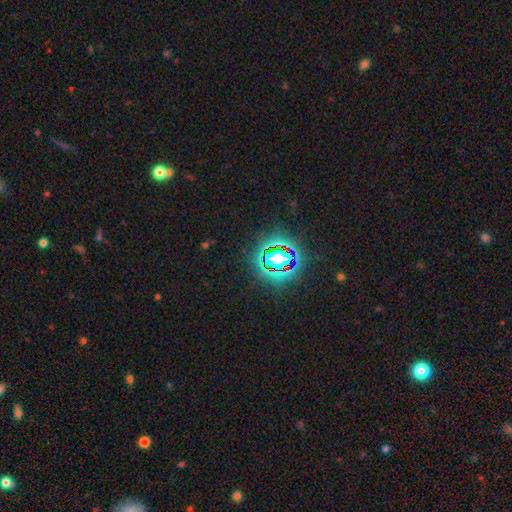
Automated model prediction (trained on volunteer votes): Smooth or featured? star or artifact (79%)